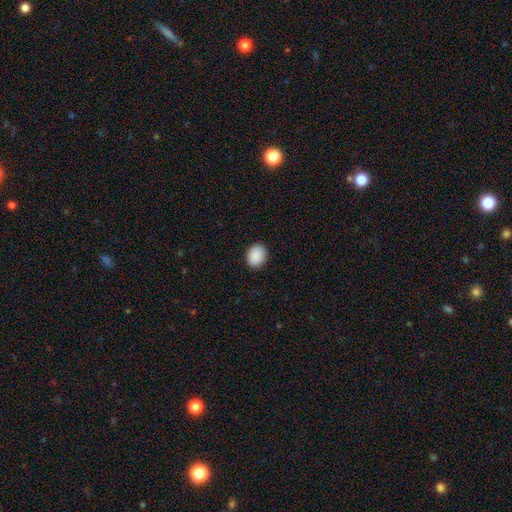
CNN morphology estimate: This appears to be a smooth galaxy with no disk features (90%) that is round (52%). Merging: none (90%).